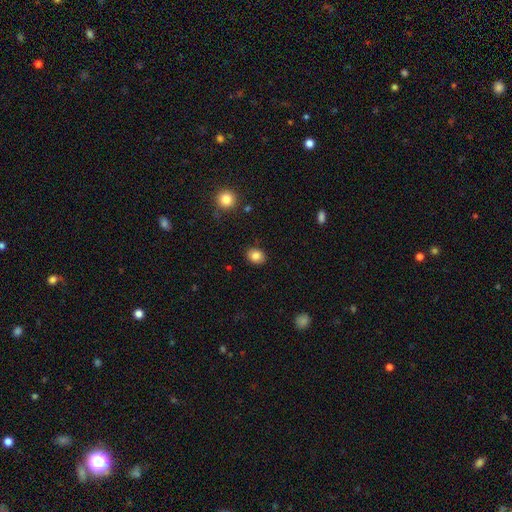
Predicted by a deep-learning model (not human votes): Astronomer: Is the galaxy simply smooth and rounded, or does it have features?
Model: smooth — 84%.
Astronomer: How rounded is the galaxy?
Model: round — 53% (runner-up: in between, 46%).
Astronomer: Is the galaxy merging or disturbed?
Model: none — 88%.